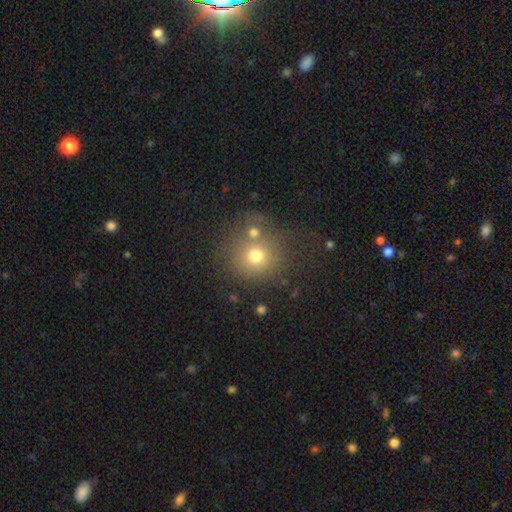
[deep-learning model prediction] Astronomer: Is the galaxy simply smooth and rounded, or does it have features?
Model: smooth — 71%.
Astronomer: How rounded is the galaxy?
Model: round — 89%.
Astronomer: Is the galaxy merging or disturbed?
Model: none — 62%.